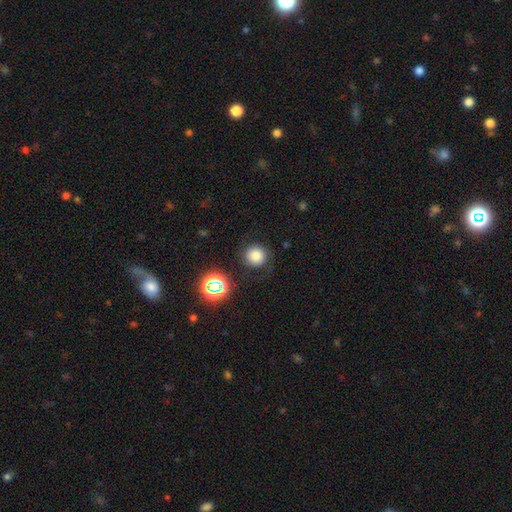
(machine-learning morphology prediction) The model was most divided on "smooth or featured": smooth: 78%, star or artifact: 15%, featured or disk: 7%. More confident: how rounded — round (92%); merging — none (83%).